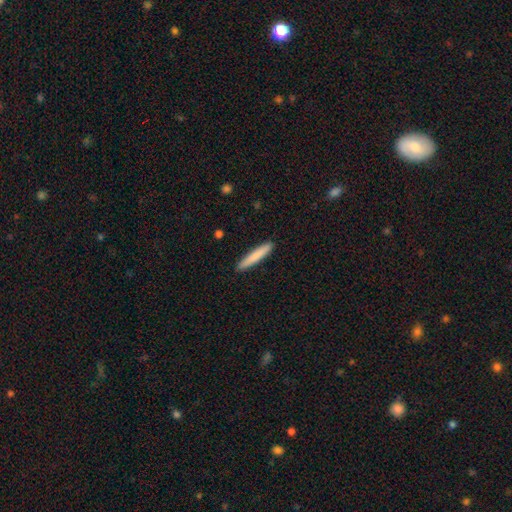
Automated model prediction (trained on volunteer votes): Overall: smooth (81%). How rounded: cigar-shaped (94%). Merging: none (91%).